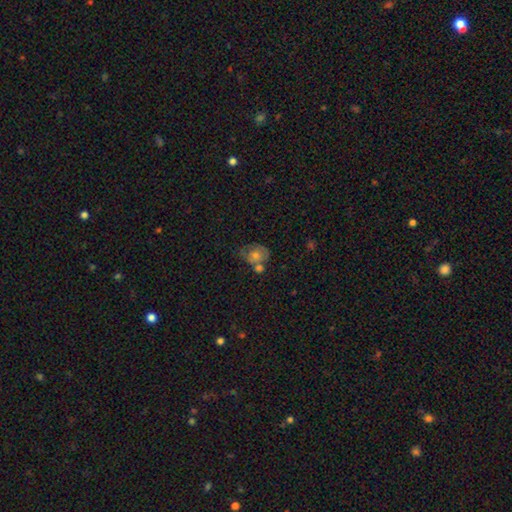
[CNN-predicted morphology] Smooth or featured: smooth — 58% (featured or disk — 32%)
How rounded: round — 60% (in between — 39%)
Merging: none — 36% (merger — 31%)